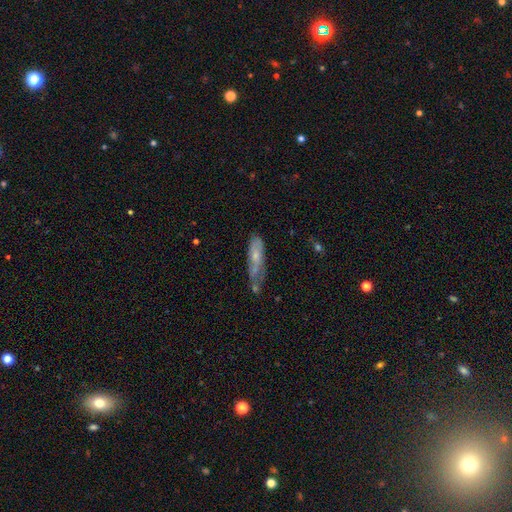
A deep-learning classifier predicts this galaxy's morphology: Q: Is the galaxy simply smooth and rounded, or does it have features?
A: smooth — 50%.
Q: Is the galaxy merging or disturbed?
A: none — 44%.